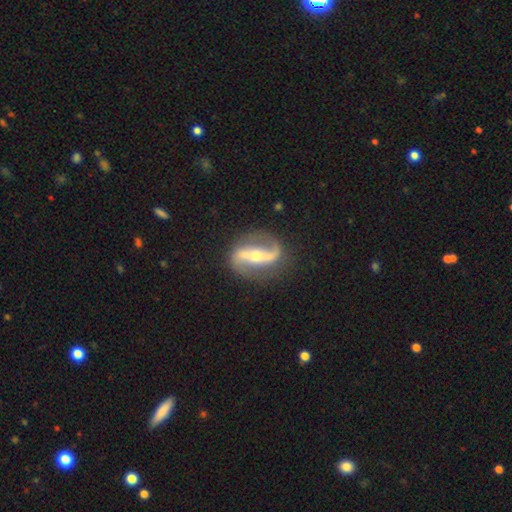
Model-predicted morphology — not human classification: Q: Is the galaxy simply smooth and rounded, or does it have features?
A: featured or disk — 89%.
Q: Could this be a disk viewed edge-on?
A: no — 93%.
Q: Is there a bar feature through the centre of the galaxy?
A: strong — 66%.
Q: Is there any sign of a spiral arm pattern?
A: yes — 94%.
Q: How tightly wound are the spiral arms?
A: loose — 53%.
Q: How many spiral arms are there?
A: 2 — 92%.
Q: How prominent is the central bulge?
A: moderate — 51%.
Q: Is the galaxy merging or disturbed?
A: none — 82%.